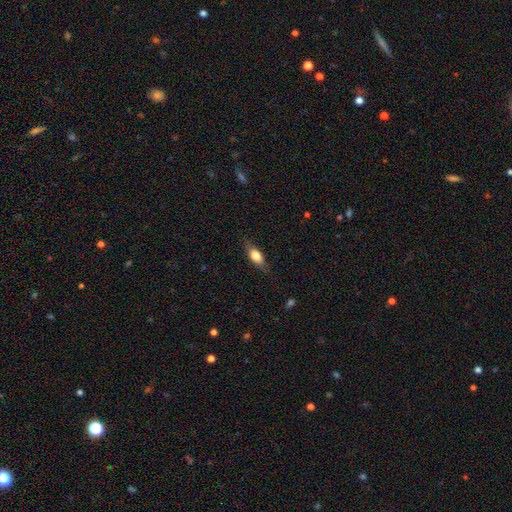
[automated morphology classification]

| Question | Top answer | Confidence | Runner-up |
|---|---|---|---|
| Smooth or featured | smooth | 67% | featured or disk (26%) |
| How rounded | in between | 72% | cigar-shaped (24%) |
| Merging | none | 78% | minor disturbance (17%) |